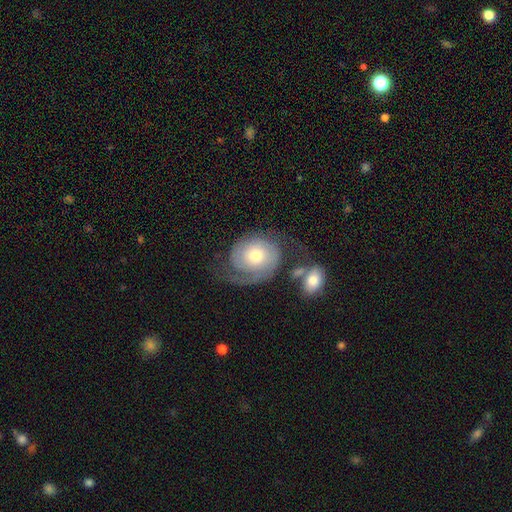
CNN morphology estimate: smooth-or-featured: featured or disk: 79% | smooth: 15% | star or artifact: 6%
  disk-edge-on: no: 97% | yes: 3%
    bar: no: 78% | weak: 18% | strong: 4%
    has-spiral-arms: yes: 94% | no: 6%
      spiral-winding: tight: 48% | medium: 34% | loose: 18%
      spiral-arm-count: 2: 64% | 1: 21% | can't tell: 9% | 3: 3% | 4: 2% | more than 4: 2%
    bulge-size: moderate: 70% | small: 18% | large: 9% | dominant: 1% | none: 1%
  merging: none: 52% | major disturbance: 21% | minor disturbance: 19% | merger: 9%